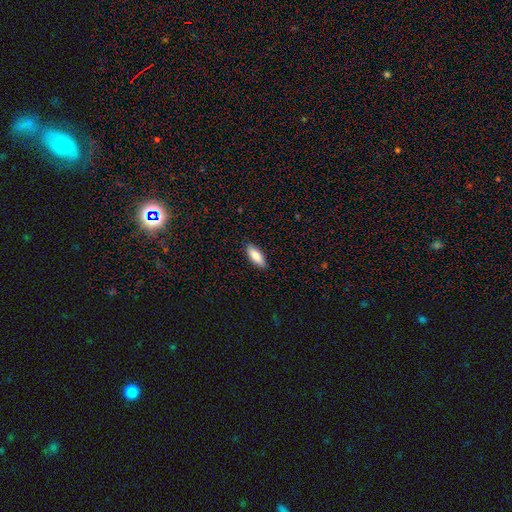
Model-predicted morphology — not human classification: smooth-or-featured: smooth: 83% | featured or disk: 11% | star or artifact: 6%
  how-rounded: in between: 75% | cigar-shaped: 23% | round: 2%
  merging: none: 88% | minor disturbance: 9% | major disturbance: 2% | merger: 1%